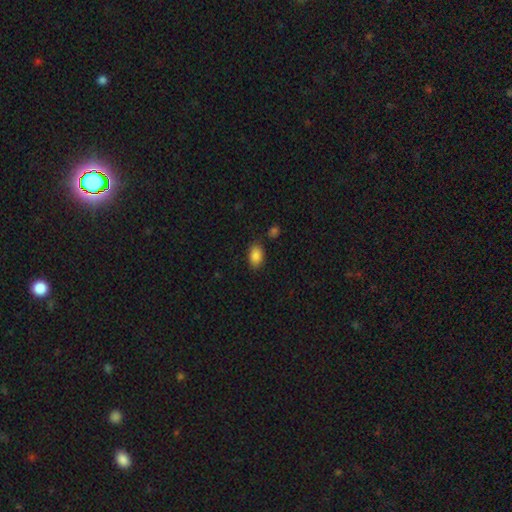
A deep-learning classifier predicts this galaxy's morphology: type=smooth (87%); roundness=in between (87%); merging=none (82%).